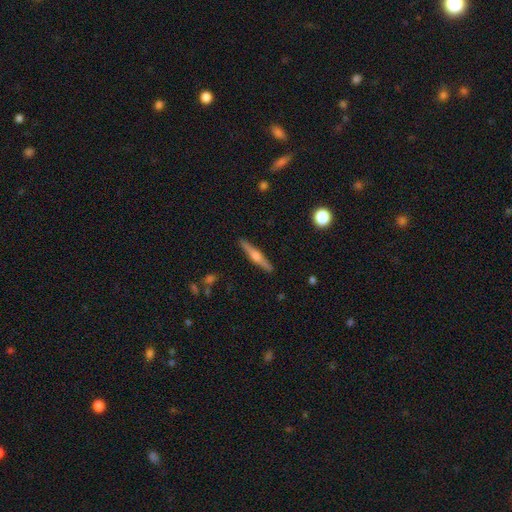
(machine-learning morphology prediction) Smooth or featured? featured or disk (68%)
Edge-on disk? yes (98%)
Edge-on bulge? rounded (88%)
Merging? none (91%)